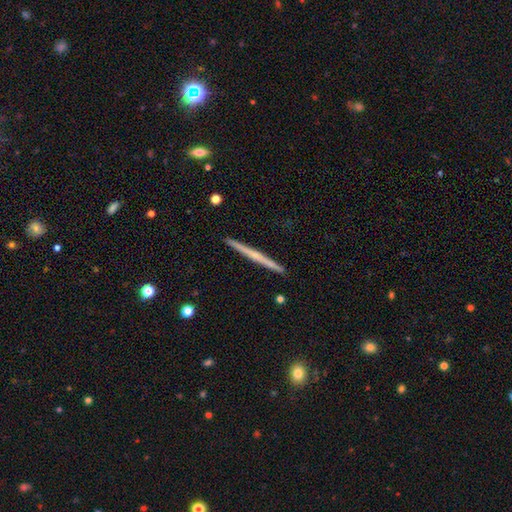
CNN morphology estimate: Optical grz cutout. It shows a featured or disk galaxy (64%) viewed edge-on (98%) with no central bulge (62%). Merging: none (93%).